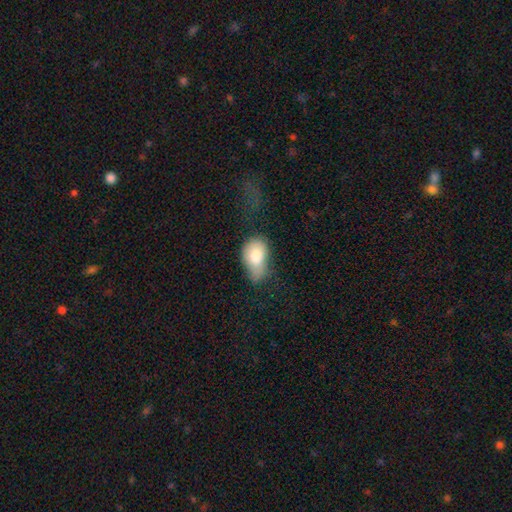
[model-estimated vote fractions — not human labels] A smooth galaxy with no disk features (78%) that is in between round and cigar-shaped (85%).

Vote fractions:
- Smooth or featured? smooth: 78% / featured or disk: 15% / star or artifact: 8%
- How rounded? in between: 85% / round: 13% / cigar-shaped: 2%
- Merging? minor disturbance: 39% / major disturbance: 33% / none: 23% / merger: 6%